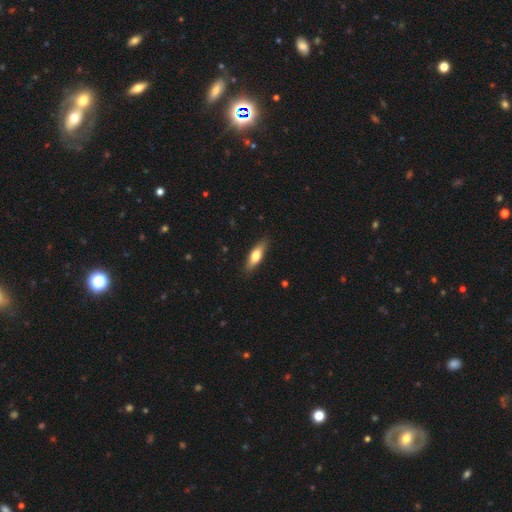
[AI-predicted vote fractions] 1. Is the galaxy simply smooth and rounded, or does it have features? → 65% smooth, 30% featured or disk, 6% star or artifact.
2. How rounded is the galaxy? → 50% in between, 48% cigar-shaped, 3% round.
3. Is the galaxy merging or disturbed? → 86% none, 10% minor disturbance, 2% major disturbance, 1% merger.